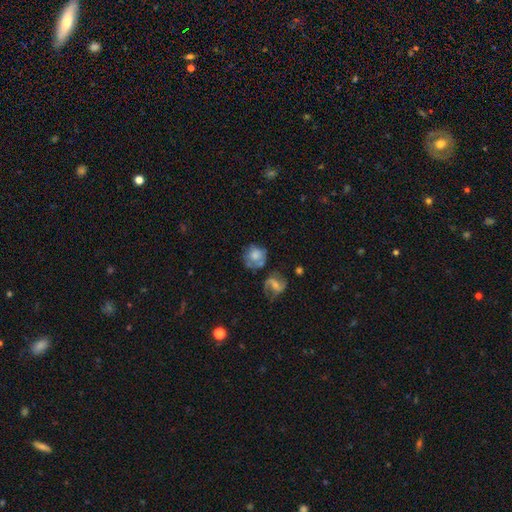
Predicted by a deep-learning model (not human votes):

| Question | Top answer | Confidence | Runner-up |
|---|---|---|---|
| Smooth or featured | smooth | 55% | featured or disk (37%) |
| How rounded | round | 79% | in between (19%) |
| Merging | none | 50% | minor disturbance (22%) |